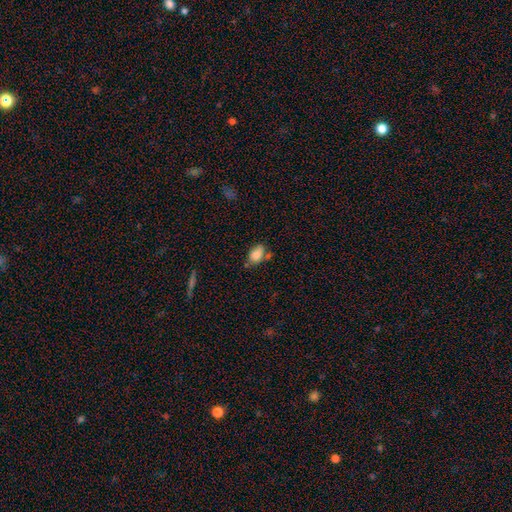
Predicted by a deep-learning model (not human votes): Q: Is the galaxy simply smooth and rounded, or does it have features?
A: smooth — 84%.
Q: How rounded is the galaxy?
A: in between — 85%.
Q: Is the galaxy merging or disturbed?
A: none — 56%.